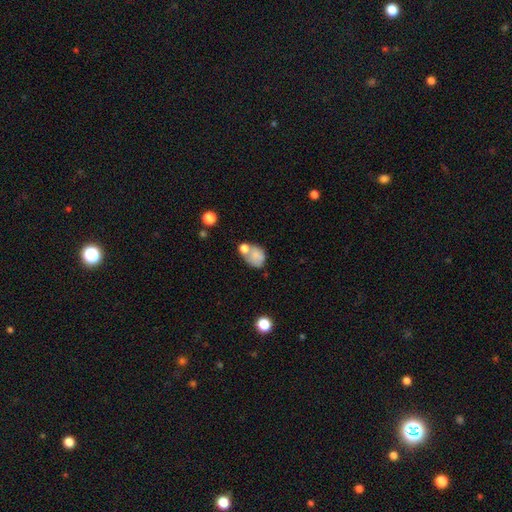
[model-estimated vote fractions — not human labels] A smooth galaxy with no disk features (76%) that is in between round and cigar-shaped (63%). Merging: none (37%).